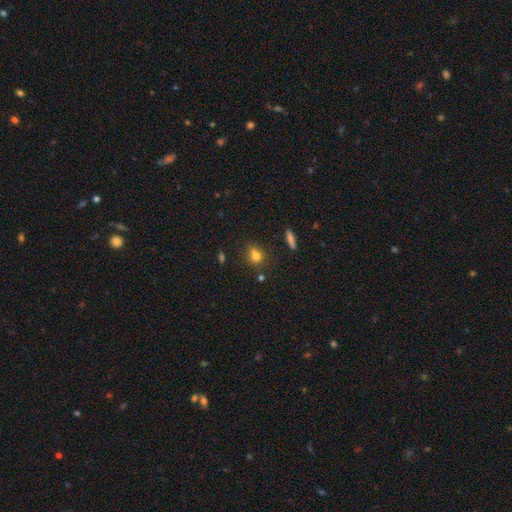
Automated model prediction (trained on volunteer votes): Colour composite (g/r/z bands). It shows a smooth galaxy with no disk features (74%) that is round (70%). Merging: none (67%).